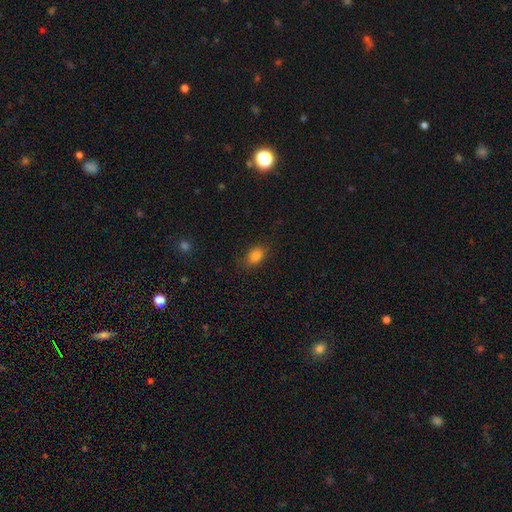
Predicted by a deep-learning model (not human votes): smooth-or-featured: smooth: 84% | star or artifact: 10% | featured or disk: 6%
  how-rounded: in between: 80% | round: 18% | cigar-shaped: 2%
  merging: none: 82% | minor disturbance: 14% | major disturbance: 4% | merger: 1%